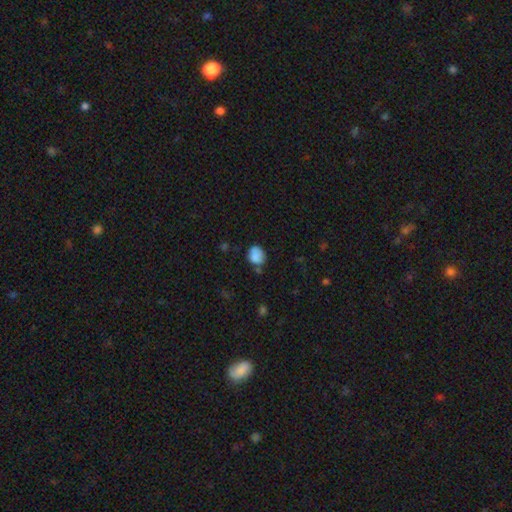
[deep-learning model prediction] Smooth or featured? smooth (82%)
How rounded? round (60%)
Merging? none (57%)